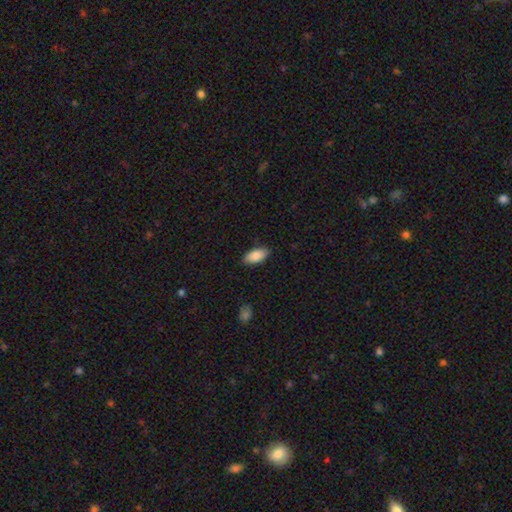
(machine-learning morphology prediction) This appears to be a smooth galaxy with no disk features (86%) that is in between round and cigar-shaped (91%). Merging: none (86%).